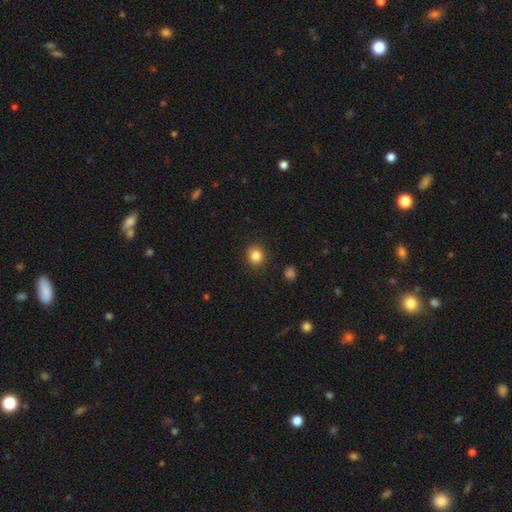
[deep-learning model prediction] This is clearly a smooth galaxy (85%). How rounded: clearly round (88%). Merging: clearly none (90%).